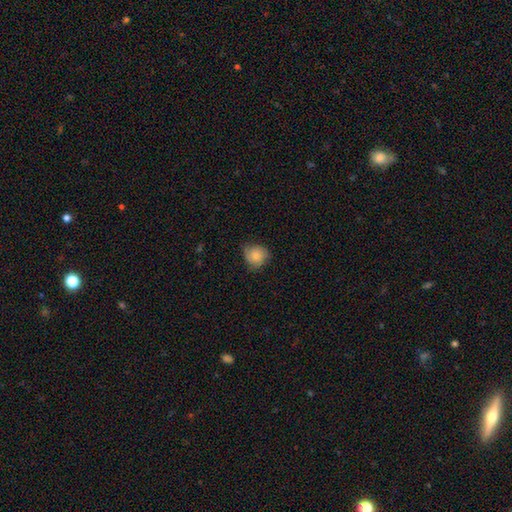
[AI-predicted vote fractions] Morphology: type=smooth (77%); roundness=round (83%); merging=none (67%).